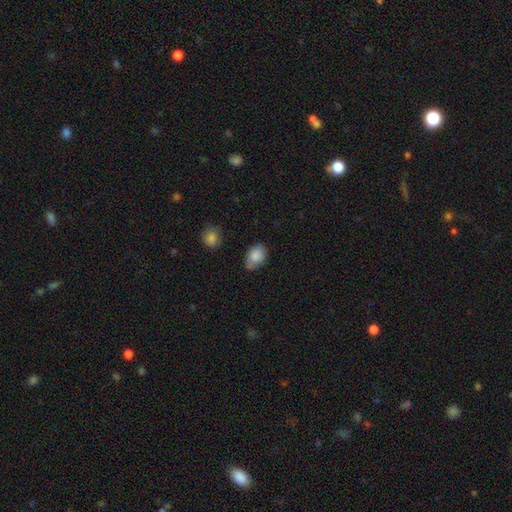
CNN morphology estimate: Smooth or featured? smooth (85%)
How rounded? in between (83%)
Merging? none (63%)